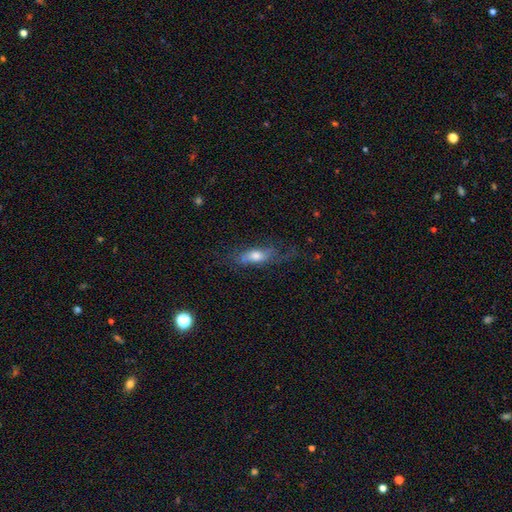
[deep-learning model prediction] smooth_or_featured: smooth (p=0.48) [alt: featured or disk p=0.43]
merging: none (p=0.56) [alt: minor disturbance p=0.24]